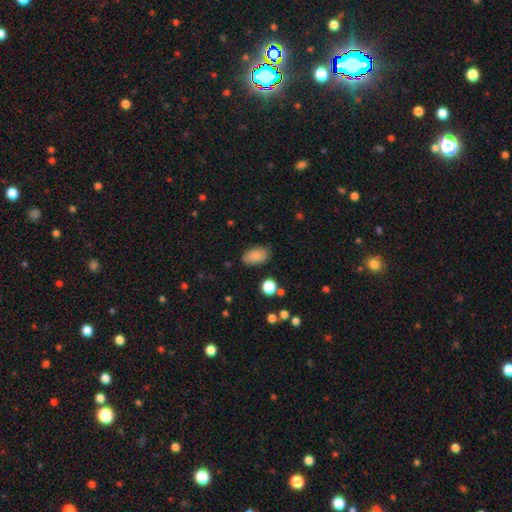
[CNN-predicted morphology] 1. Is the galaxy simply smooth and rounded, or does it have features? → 84% smooth, 8% star or artifact, 7% featured or disk.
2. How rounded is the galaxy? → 92% in between, 6% round, 2% cigar-shaped.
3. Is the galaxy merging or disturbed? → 81% none, 14% minor disturbance, 3% major disturbance, 2% merger.